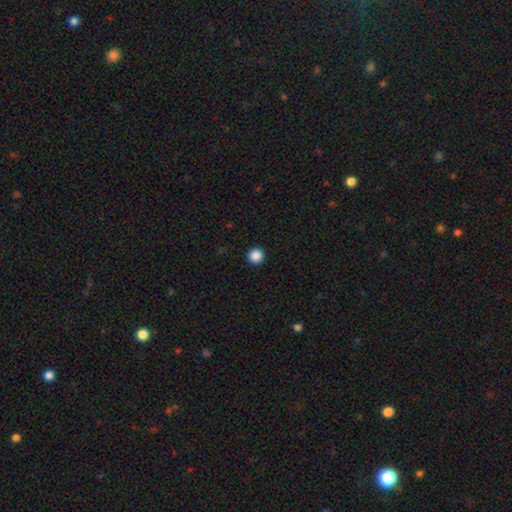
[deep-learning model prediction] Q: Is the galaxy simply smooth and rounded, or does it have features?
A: smooth — 88%.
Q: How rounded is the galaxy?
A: round — 96%.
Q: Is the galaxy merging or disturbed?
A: none — 94%.